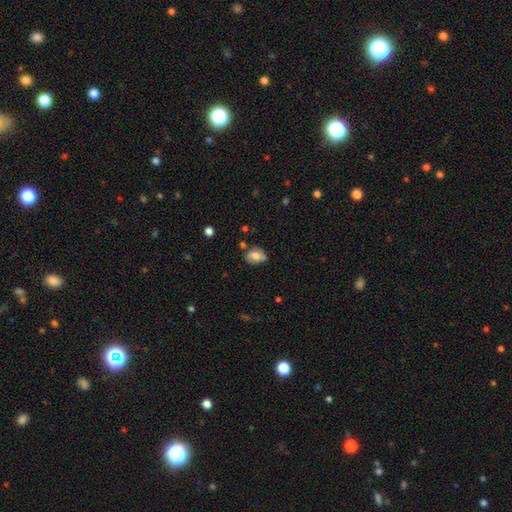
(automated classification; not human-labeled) A smooth galaxy with no disk features (65%) that is in between round and cigar-shaped (67%). Merging: none (62%).